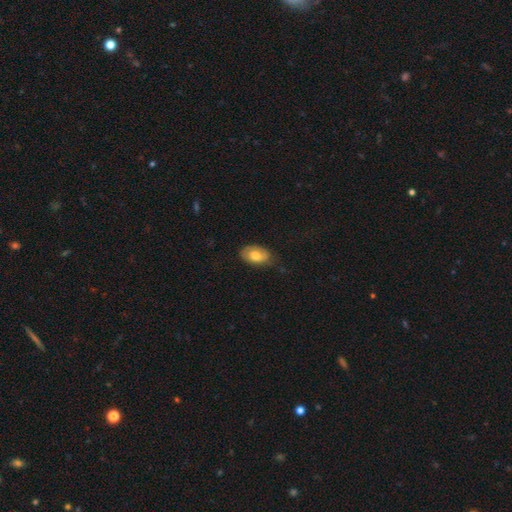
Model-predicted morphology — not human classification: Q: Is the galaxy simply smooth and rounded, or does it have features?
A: smooth — 77%.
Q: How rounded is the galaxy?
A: in between — 92%.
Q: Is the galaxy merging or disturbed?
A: none — 72%.